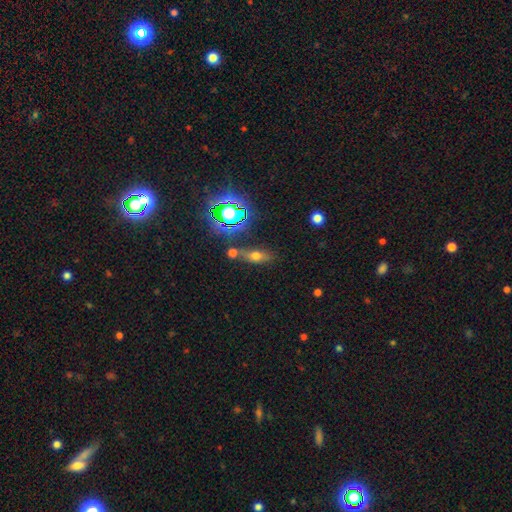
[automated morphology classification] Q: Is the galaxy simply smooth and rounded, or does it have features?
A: smooth — 50%.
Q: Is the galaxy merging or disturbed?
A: none — 67%.